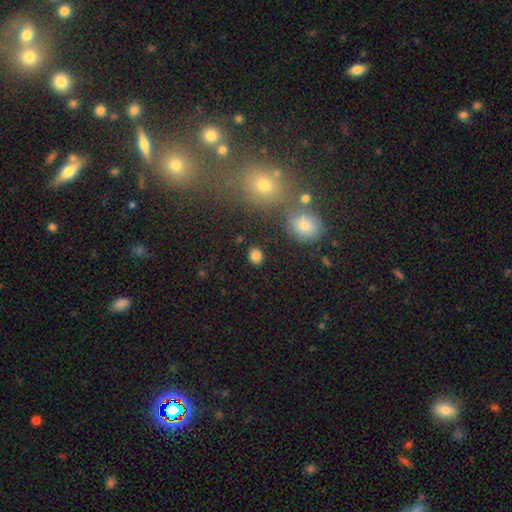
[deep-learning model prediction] Morphology: type=smooth (83%); roundness=round (75%); merging=none (86%).